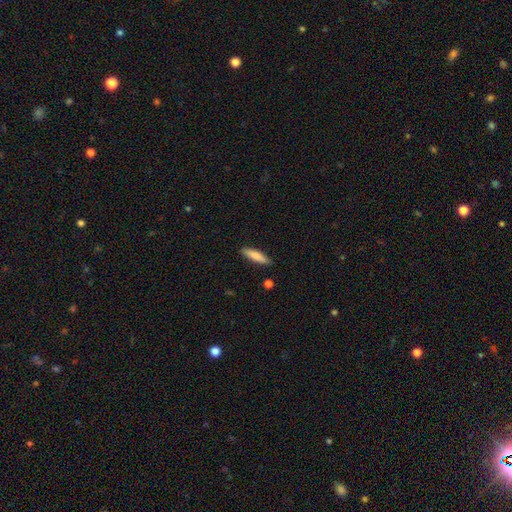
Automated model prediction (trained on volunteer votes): Morphology: type=smooth (80%); roundness=cigar-shaped (73%); merging=none (87%).